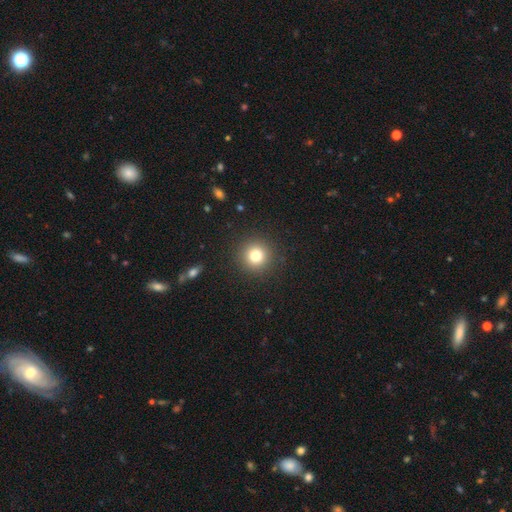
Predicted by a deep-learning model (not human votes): This is likely a smooth galaxy (78%). How rounded: clearly round (95%). Merging: clearly none (91%).